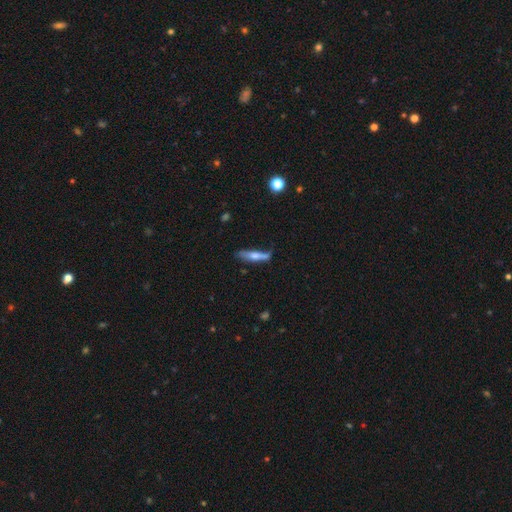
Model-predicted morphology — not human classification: This is possibly a smooth galaxy (53%). How rounded: clearly cigar-shaped (84%). Merging: possibly none (60%).